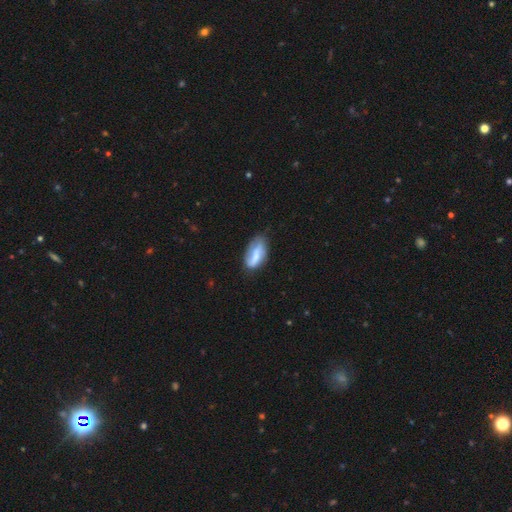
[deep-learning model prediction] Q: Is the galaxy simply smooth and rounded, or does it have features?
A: smooth — 56%.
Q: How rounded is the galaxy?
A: in between — 88%.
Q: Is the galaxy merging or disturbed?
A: none — 60%.